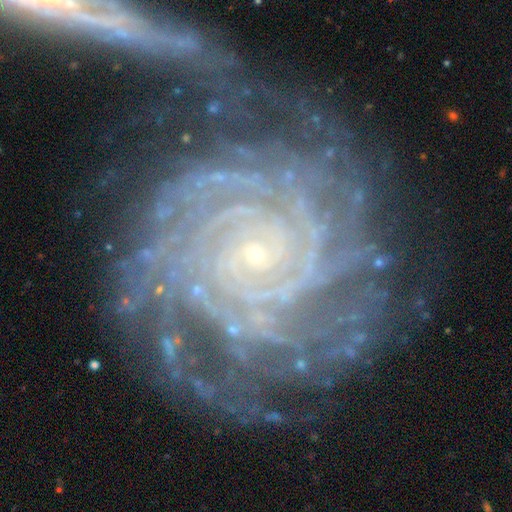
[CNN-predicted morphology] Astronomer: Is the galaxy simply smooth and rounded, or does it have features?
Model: featured or disk — 90%.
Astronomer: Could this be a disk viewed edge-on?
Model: no — 97%.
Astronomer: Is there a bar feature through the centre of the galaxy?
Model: no — 73%.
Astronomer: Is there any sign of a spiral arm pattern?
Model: yes — 97%.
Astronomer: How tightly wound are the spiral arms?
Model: tight — 83%.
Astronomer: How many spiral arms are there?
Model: more than 4 — 25% (runner-up: can't tell, 22%).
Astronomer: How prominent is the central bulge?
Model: small — 88%.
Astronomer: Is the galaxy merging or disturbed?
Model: none — 41% (runner-up: merger, 29%).